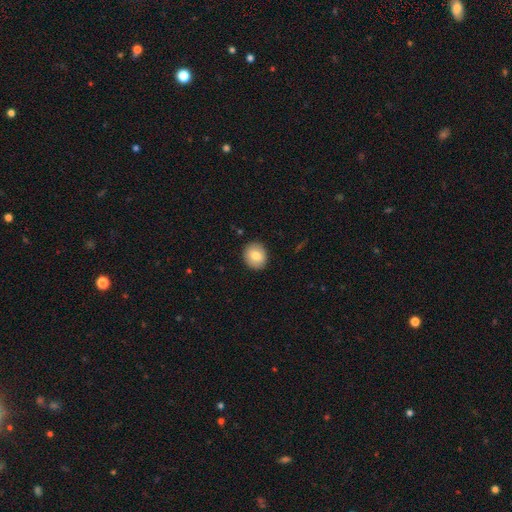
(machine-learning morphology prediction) smooth_or_featured: smooth (p=0.80) [alt: featured or disk p=0.13]
how_rounded: round (p=0.69) [alt: in between p=0.30]
merging: none (p=0.90) [alt: minor disturbance p=0.07]